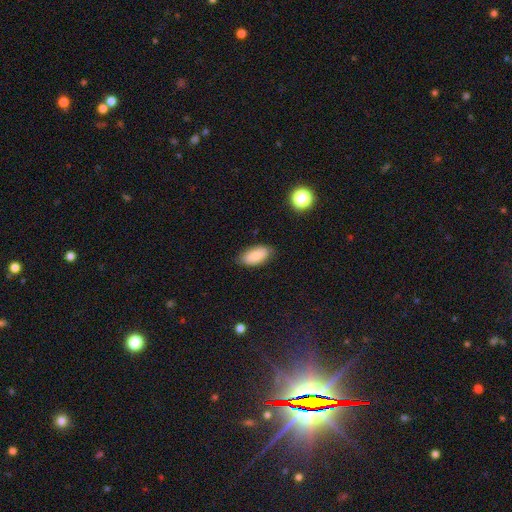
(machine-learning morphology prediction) smooth 82%, featured or disk 10%, star or artifact 7%. Down the decision tree: how rounded — in between (93%); merging — none (82%).